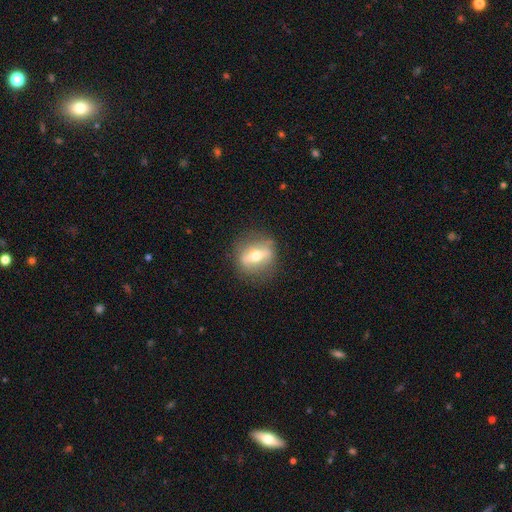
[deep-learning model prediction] Q: Smooth or featured?
A: featured or disk (64%); runner-up: smooth (28%)
Q: Edge-on disk?
A: no (58%); runner-up: yes (42%)
Q: Merging?
A: none (81%); runner-up: minor disturbance (13%)